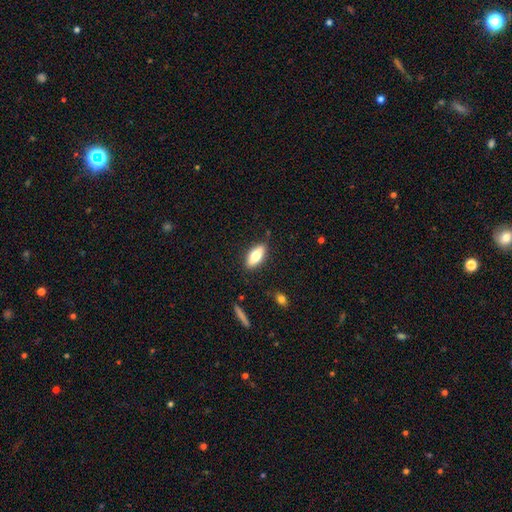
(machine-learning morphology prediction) A smooth galaxy with no disk features (69%) that is in between round and cigar-shaped (73%).

Vote fractions:
- Smooth or featured? smooth: 69% / featured or disk: 25% / star or artifact: 7%
- How rounded? in between: 73% / cigar-shaped: 25% / round: 2%
- Merging? none: 86% / minor disturbance: 10% / major disturbance: 2% / merger: 2%